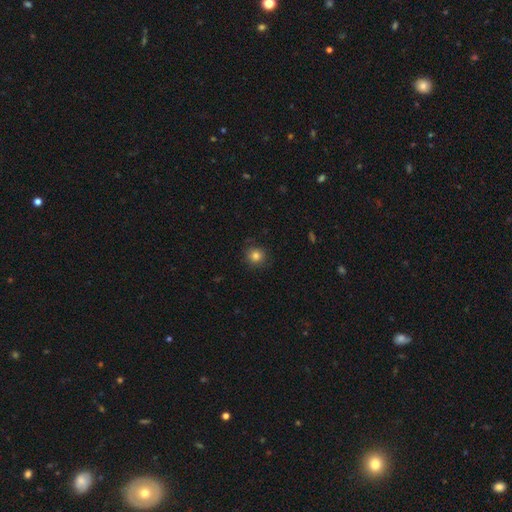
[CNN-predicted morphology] Smooth or featured? Predicted: smooth (p=0.82). How rounded? Predicted: round (p=0.91). Merging? Predicted: none (p=0.86).